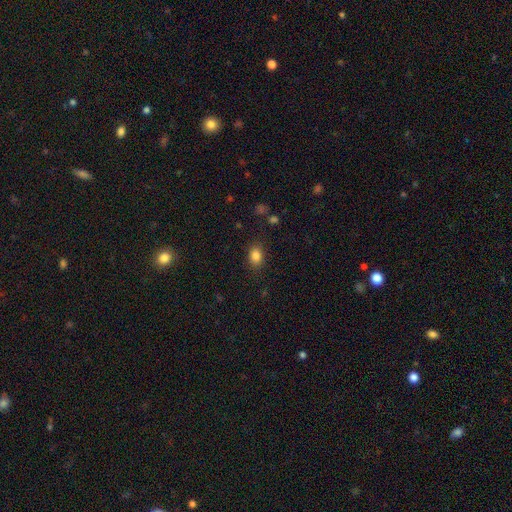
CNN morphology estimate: smooth-or-featured: smooth: 84% | star or artifact: 10% | featured or disk: 6%
  how-rounded: in between: 67% | round: 32% | cigar-shaped: 1%
  merging: none: 85% | minor disturbance: 10% | major disturbance: 3% | merger: 1%